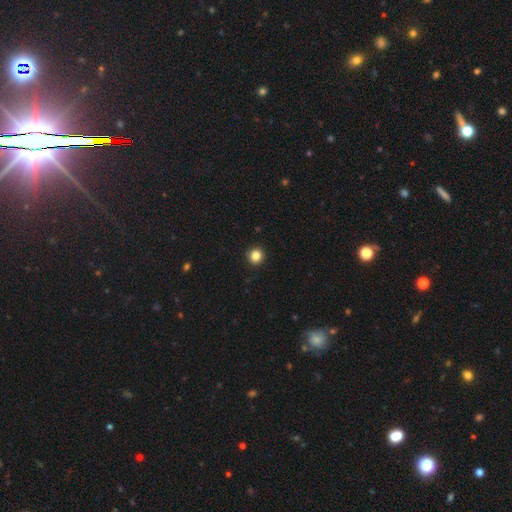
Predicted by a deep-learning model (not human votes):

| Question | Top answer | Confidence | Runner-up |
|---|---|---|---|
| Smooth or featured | smooth | 85% | star or artifact (11%) |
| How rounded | round | 94% | in between (5%) |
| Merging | none | 93% | minor disturbance (4%) |